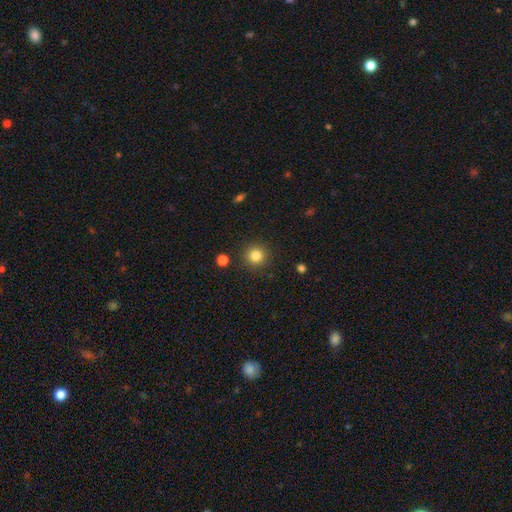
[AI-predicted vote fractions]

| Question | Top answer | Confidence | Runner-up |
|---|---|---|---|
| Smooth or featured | smooth | 83% | star or artifact (12%) |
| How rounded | round | 94% | in between (5%) |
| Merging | none | 90% | minor disturbance (6%) |